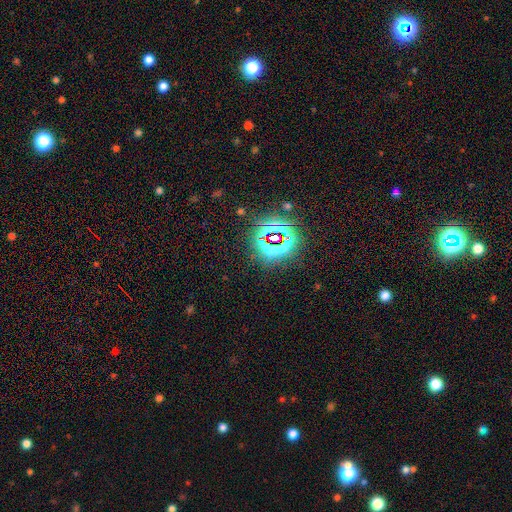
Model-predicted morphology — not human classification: smooth_or_featured: star or artifact (p=0.83) [alt: smooth p=0.10]